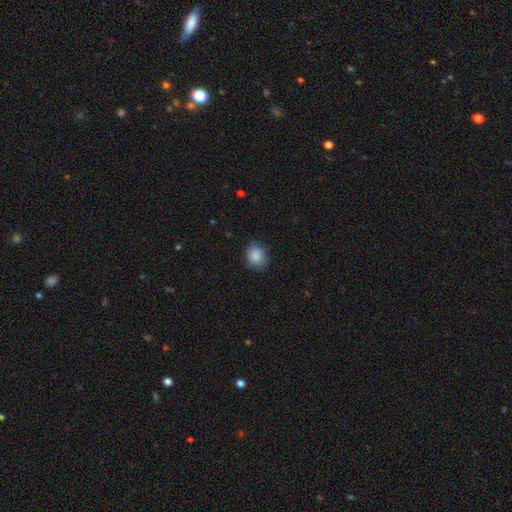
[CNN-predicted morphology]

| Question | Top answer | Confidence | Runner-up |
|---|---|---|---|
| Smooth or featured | smooth | 86% | star or artifact (9%) |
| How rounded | round | 60% | in between (40%) |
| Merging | none | 79% | minor disturbance (17%) |